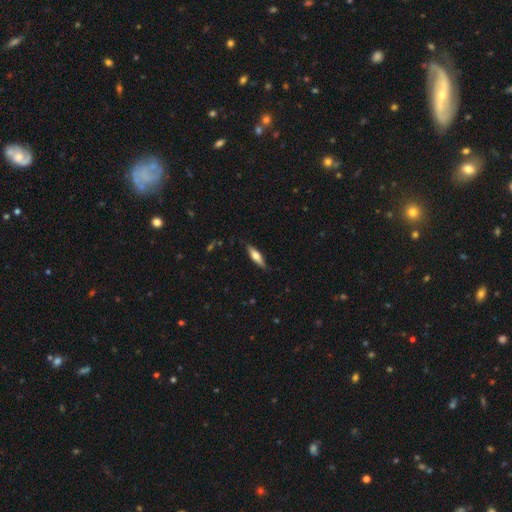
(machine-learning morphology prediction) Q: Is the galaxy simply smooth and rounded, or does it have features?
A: smooth — 55%.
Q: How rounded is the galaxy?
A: cigar-shaped — 62%.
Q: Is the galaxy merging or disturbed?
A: none — 85%.